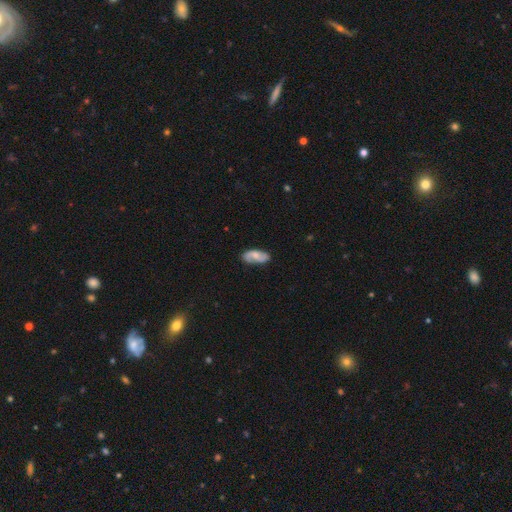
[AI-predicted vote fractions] featured or disk 49%, smooth 44%, star or artifact 7%. Down the decision tree: merging — none (77%).